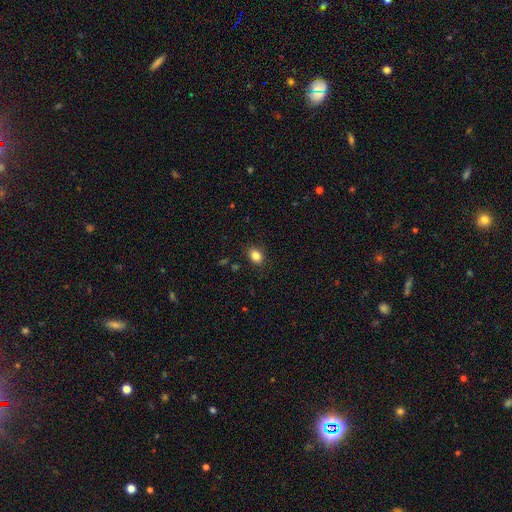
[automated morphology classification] type=smooth (84%); roundness=in between (63%); merging=none (87%).